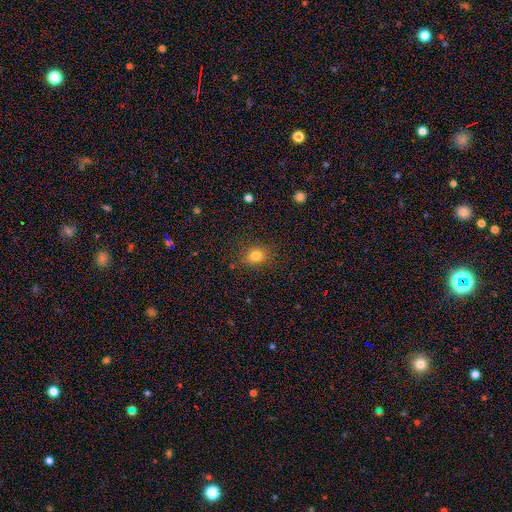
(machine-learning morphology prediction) smooth 81%, star or artifact 13%, featured or disk 6%. Down the decision tree: how rounded — round (56%); merging — none (84%).